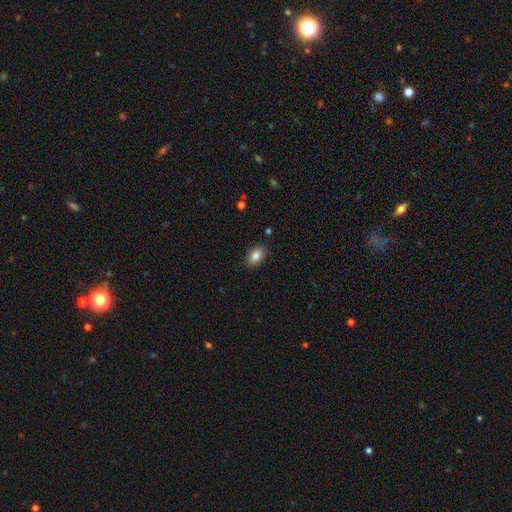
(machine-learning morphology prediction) This is clearly a smooth galaxy (86%). How rounded: clearly in between (87%). Merging: clearly none (87%).